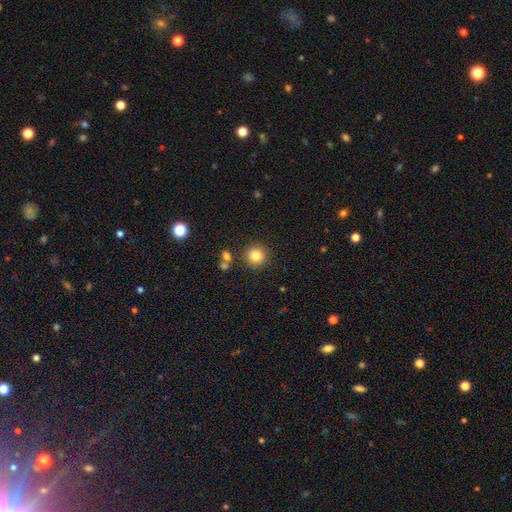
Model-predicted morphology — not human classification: Smooth or featured: smooth — 82% (star or artifact — 11%)
How rounded: round — 93% (in between — 6%)
Merging: none — 86% (minor disturbance — 7%)